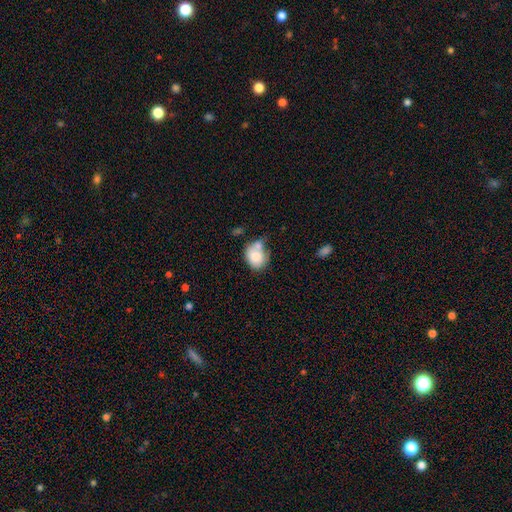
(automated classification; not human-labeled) Overall: smooth (77%). How rounded: in between (51%; round 48%). Merging: merger (36%, tied with none).